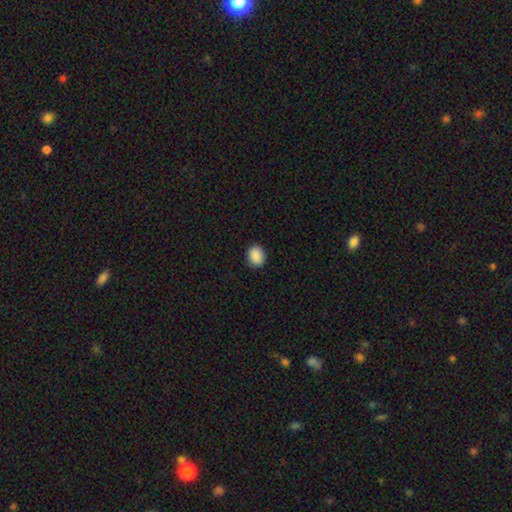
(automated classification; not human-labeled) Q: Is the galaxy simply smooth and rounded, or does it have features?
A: smooth — 89%.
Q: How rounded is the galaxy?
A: round — 54%.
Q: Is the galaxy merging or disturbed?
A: none — 89%.